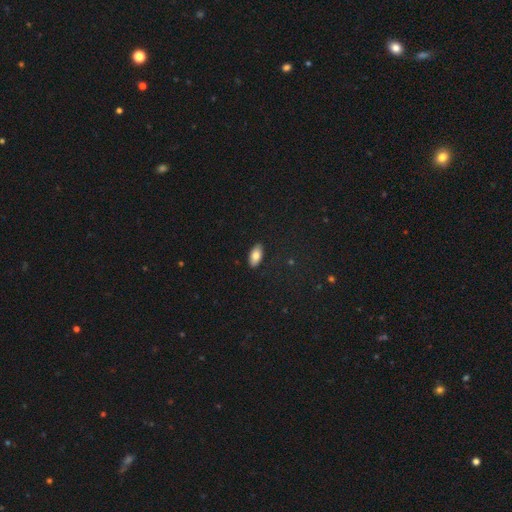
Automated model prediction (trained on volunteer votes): The model was most divided on "smooth or featured": smooth: 82%, featured or disk: 11%, star or artifact: 7%. More confident: how rounded — in between (92%); merging — none (89%).